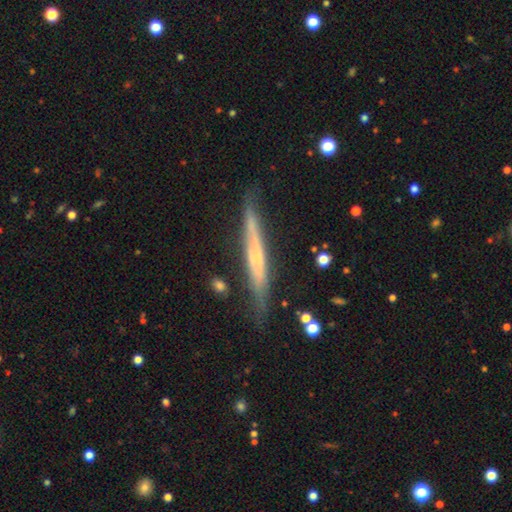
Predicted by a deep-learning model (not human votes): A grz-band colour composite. It shows a featured or disk galaxy (64%) viewed edge-on (95%) with no central bulge (52%). Merging: none (79%).